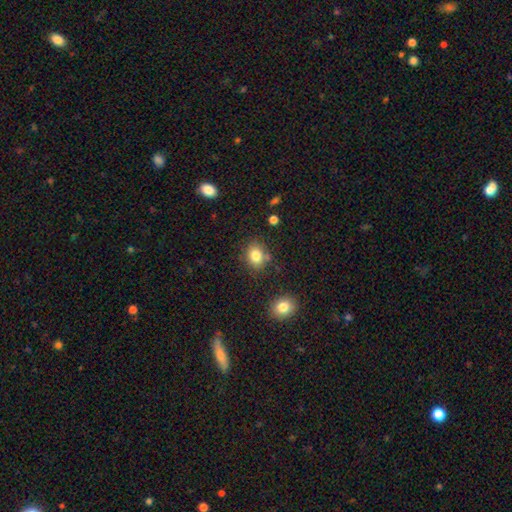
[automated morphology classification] Overall: smooth (82%). How rounded: round (55%; in between 44%). Merging: none (75%).